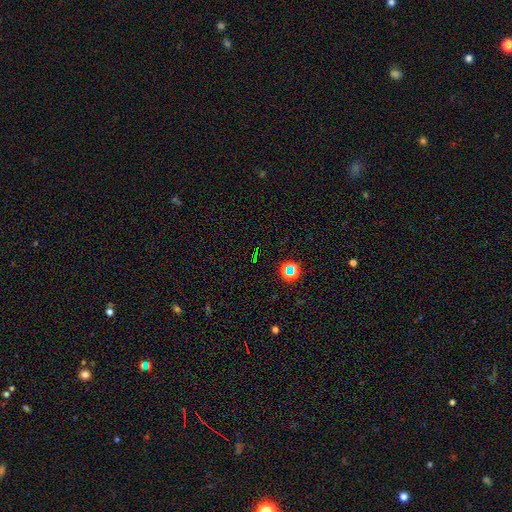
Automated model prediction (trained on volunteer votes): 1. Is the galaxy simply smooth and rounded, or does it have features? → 74% star or artifact, 17% smooth, 9% featured or disk.